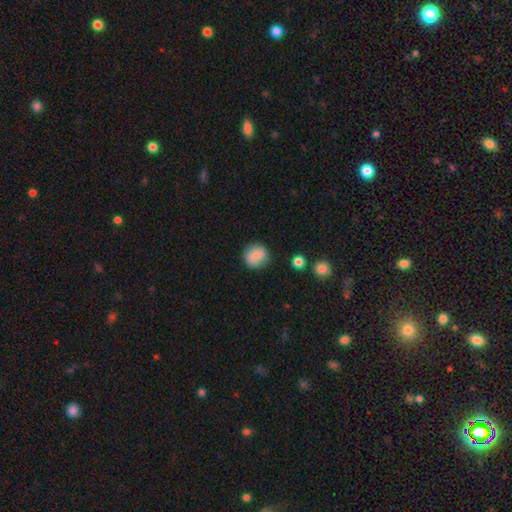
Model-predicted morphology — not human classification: A smooth galaxy with no disk features (80%) that is round (88%).

Vote fractions:
- Smooth or featured? smooth: 80% / featured or disk: 12% / star or artifact: 8%
- How rounded? round: 88% / in between: 11% / cigar-shaped: 1%
- Merging? none: 83% / minor disturbance: 12% / major disturbance: 3% / merger: 2%